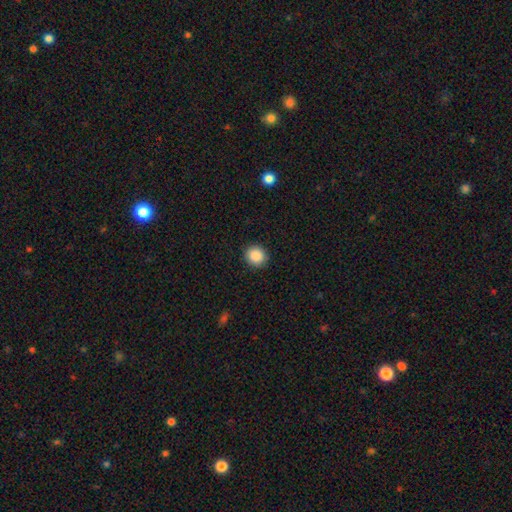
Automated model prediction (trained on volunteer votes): smooth-or-featured: smooth: 89% | star or artifact: 8% | featured or disk: 3%
  how-rounded: round: 91% | in between: 9% | cigar-shaped: 1%
  merging: none: 91% | minor disturbance: 6% | major disturbance: 2% | merger: 1%